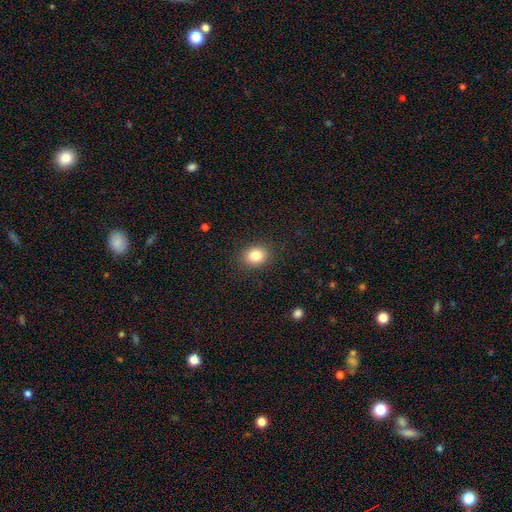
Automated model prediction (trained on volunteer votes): Smooth or featured? smooth (84%)
How rounded? round (55%)
Merging? none (89%)